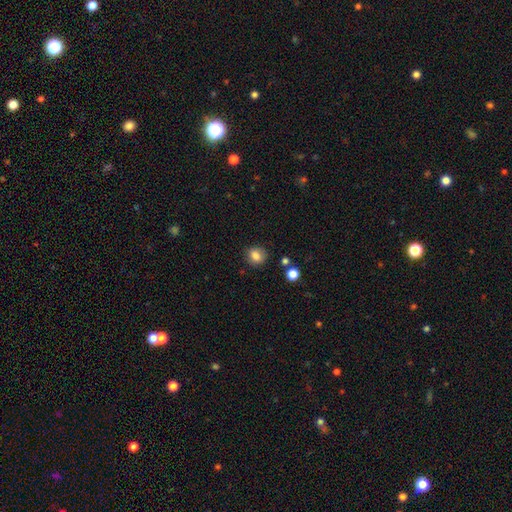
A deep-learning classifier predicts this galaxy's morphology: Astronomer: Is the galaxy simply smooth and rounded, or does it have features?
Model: smooth — 83%.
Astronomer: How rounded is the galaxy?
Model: round — 70%.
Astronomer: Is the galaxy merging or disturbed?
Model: none — 82%.